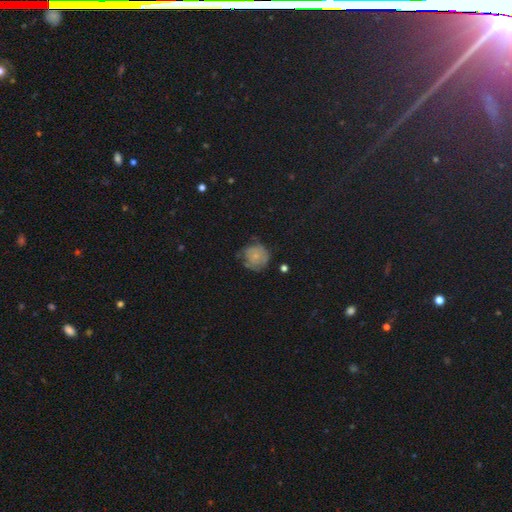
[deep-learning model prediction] This appears to be a smooth galaxy with no disk features (54%) that is round (86%). Merging: none (56%).